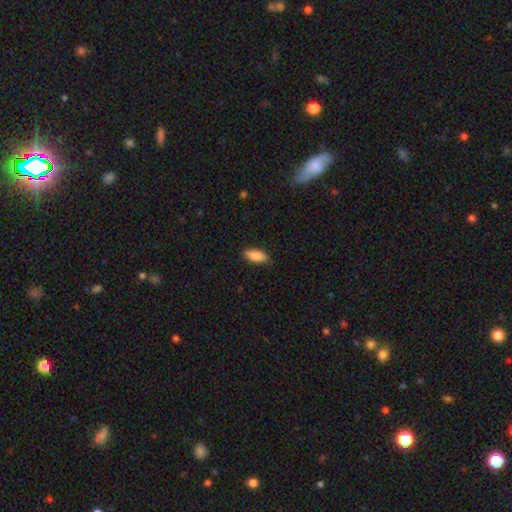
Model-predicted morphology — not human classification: A smooth galaxy with no disk features (89%) that is in between round and cigar-shaped (84%). Merging: none (86%).